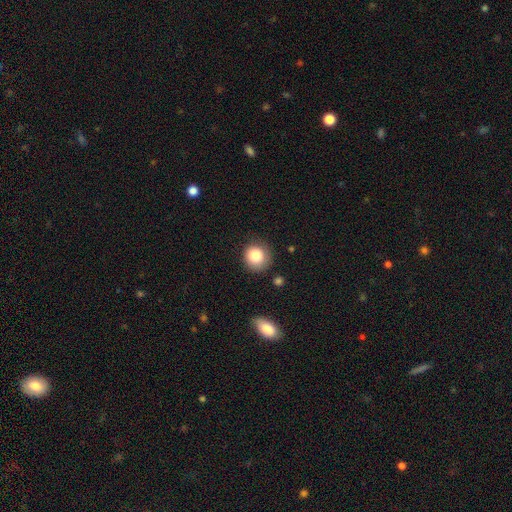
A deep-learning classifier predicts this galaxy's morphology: Q: Smooth or featured?
A: smooth (82%); runner-up: star or artifact (10%)
Q: How rounded?
A: round (89%); runner-up: in between (10%)
Q: Merging?
A: none (81%); runner-up: minor disturbance (13%)